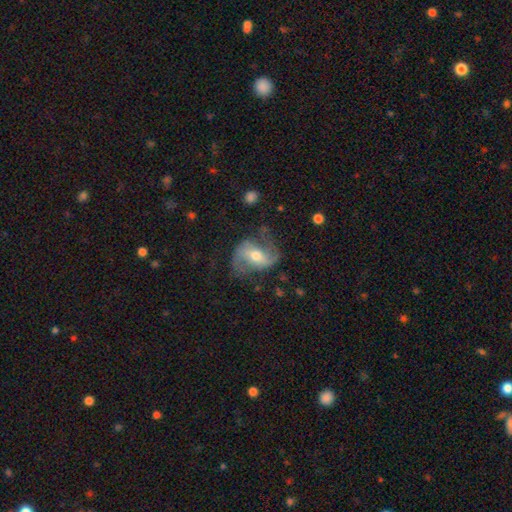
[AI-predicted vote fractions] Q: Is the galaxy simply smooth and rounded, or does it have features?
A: featured or disk — 80%.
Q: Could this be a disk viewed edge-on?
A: no — 96%.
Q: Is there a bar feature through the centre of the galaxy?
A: weak — 38%.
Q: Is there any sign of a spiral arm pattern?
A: yes — 92%.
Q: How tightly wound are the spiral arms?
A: loose — 55%.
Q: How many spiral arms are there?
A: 2 — 88%.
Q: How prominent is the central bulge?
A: moderate — 61%.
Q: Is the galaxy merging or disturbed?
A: none — 65%.